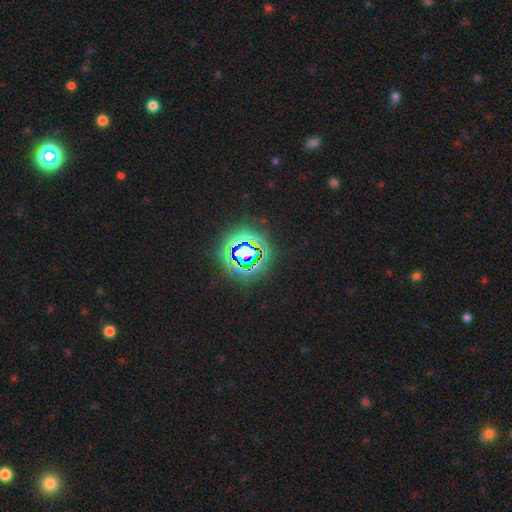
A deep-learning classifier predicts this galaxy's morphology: A star or artifact, not a galaxy (75%).

Vote fractions:
- Smooth or featured? star or artifact: 75% / smooth: 14% / featured or disk: 11%